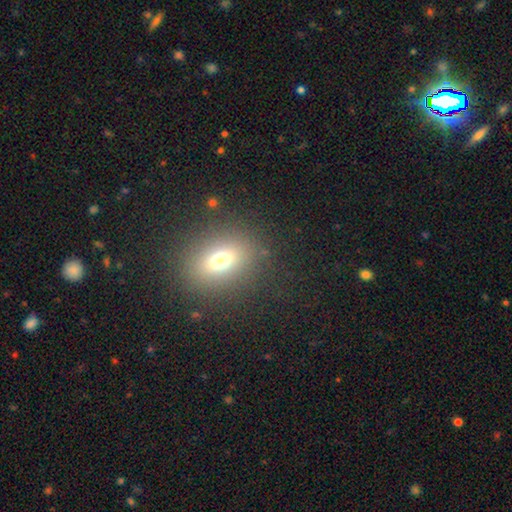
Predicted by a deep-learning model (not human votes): smooth_or_featured: smooth (p=0.64) [alt: star or artifact p=0.23]
how_rounded: in between (p=0.65) [alt: round p=0.31]
merging: none (p=0.89) [alt: minor disturbance p=0.07]